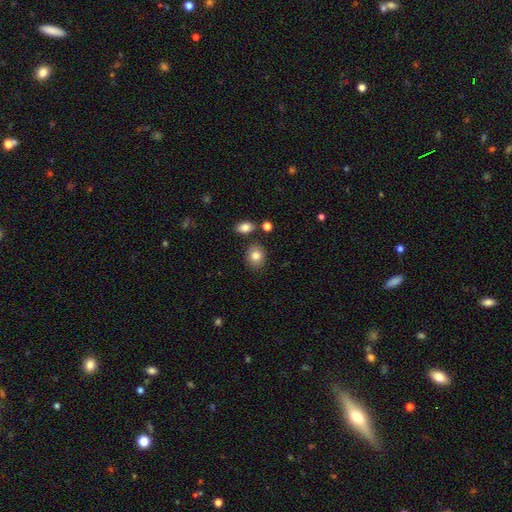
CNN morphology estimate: Overall: smooth (82%). How rounded: round (59%; in between 40%). Merging: none (82%).